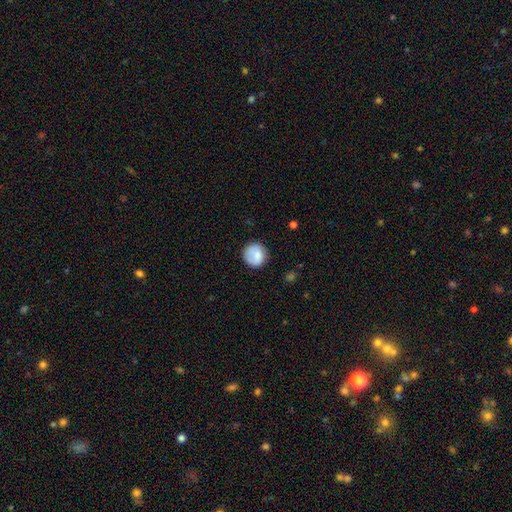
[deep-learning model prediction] A smooth galaxy with no disk features (78%) that is round (90%). Merging: none (76%).